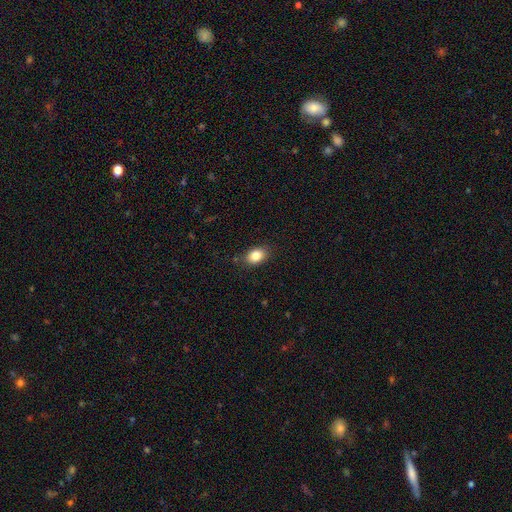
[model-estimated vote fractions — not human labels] A smooth galaxy with no disk features (84%) that is in between round and cigar-shaped (74%). Merging: none (83%).